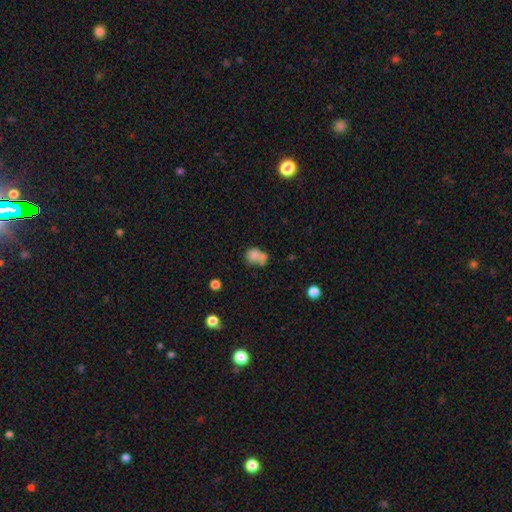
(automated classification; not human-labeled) smooth 73%, featured or disk 16%, star or artifact 11%. Down the decision tree: how rounded — round (61%); merging — merger (45%).